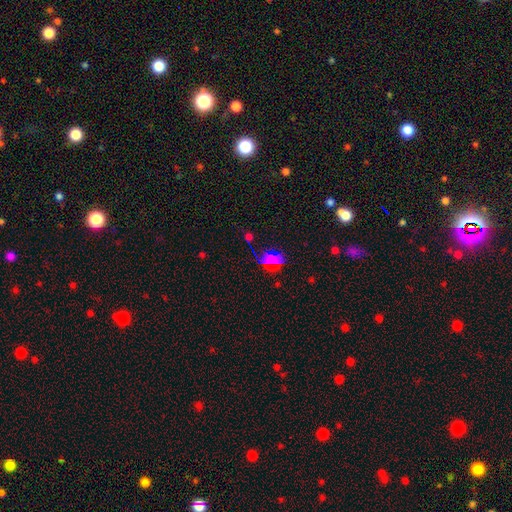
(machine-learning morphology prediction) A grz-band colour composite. It shows a star or artifact, not a galaxy (45%).